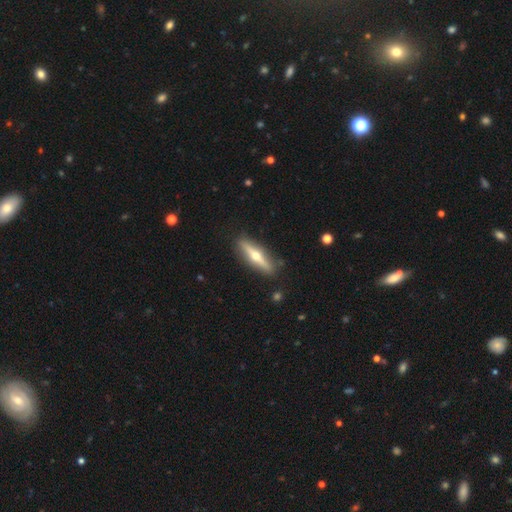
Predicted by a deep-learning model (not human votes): Smooth or featured? Predicted: featured or disk (p=0.68). Edge-on disk? Predicted: yes (p=0.94). Edge-on bulge? Predicted: rounded (p=0.95). Merging? Predicted: none (p=0.88).